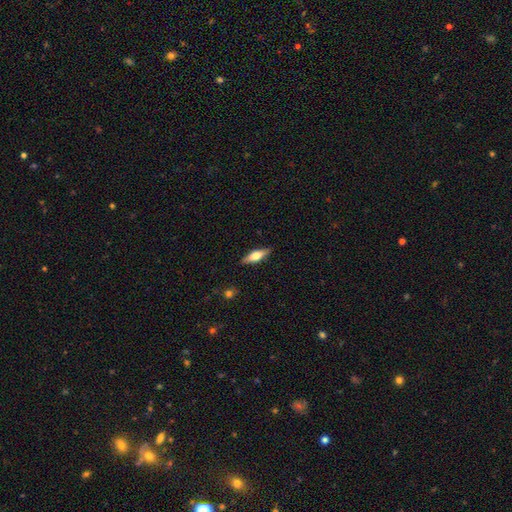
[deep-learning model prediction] Overall: smooth (55%; featured or disk 39%). How rounded: cigar-shaped (50%; in between 47%). Merging: none (88%).